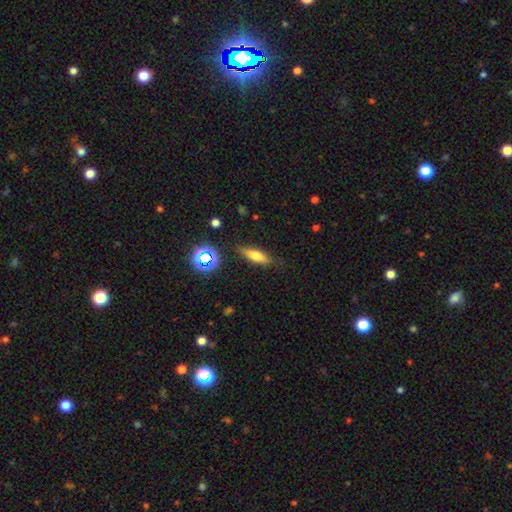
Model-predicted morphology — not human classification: smooth 63%, featured or disk 25%, star or artifact 12%. Down the decision tree: how rounded — cigar-shaped (54%); merging — none (80%).